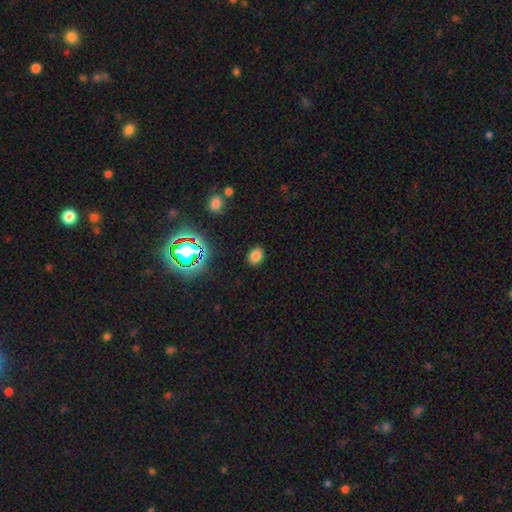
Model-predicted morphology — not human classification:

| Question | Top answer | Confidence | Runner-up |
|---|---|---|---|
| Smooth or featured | smooth | 77% | star or artifact (18%) |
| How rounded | in between | 58% | round (41%) |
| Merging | none | 87% | minor disturbance (8%) |